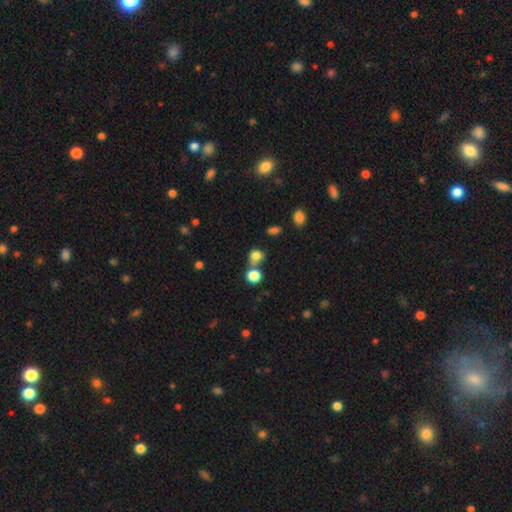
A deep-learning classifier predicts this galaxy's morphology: Smooth or featured? smooth (79%)
How rounded? round (67%)
Merging? none (48%)